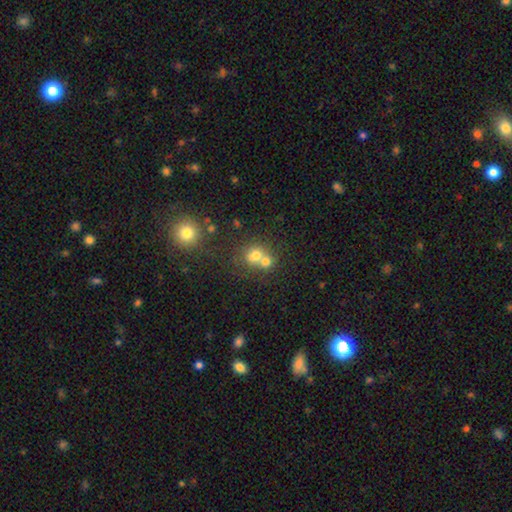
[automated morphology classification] A smooth galaxy with no disk features (69%) that is round (67%). Merging: merger (60%).